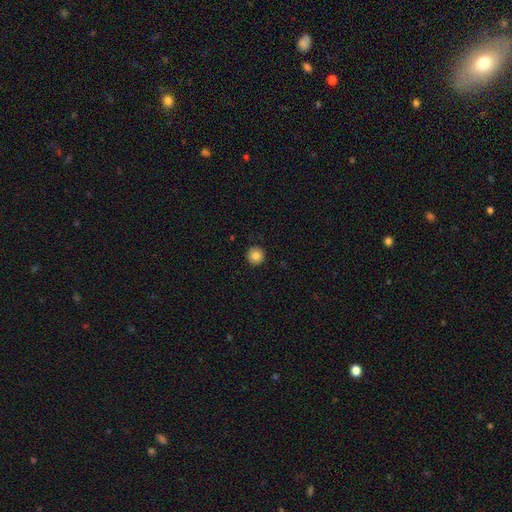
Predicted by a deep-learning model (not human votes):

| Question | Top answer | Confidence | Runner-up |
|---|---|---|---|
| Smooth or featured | smooth | 84% | star or artifact (9%) |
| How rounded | round | 96% | in between (3%) |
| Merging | none | 92% | minor disturbance (6%) |